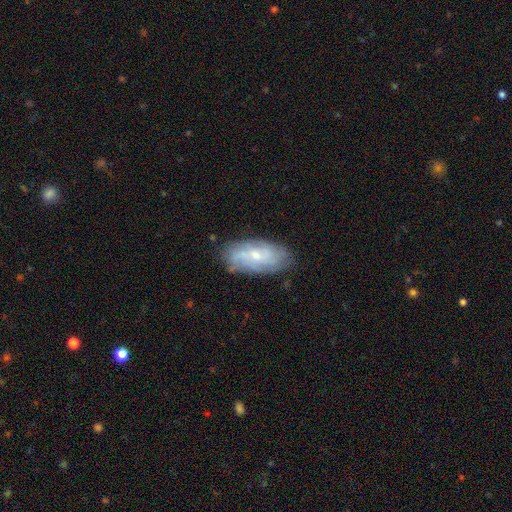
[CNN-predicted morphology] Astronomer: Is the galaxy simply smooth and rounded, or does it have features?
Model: featured or disk — 66%.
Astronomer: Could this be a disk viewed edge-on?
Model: no — 91%.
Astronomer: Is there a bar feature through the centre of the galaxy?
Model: no — 66%.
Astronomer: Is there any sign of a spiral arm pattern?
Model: yes — 84%.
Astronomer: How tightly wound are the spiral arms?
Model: tight — 48% (runner-up: medium, 35%).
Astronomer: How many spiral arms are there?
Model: can't tell — 50%.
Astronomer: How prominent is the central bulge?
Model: small — 68%.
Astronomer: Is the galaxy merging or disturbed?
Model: none — 77%.